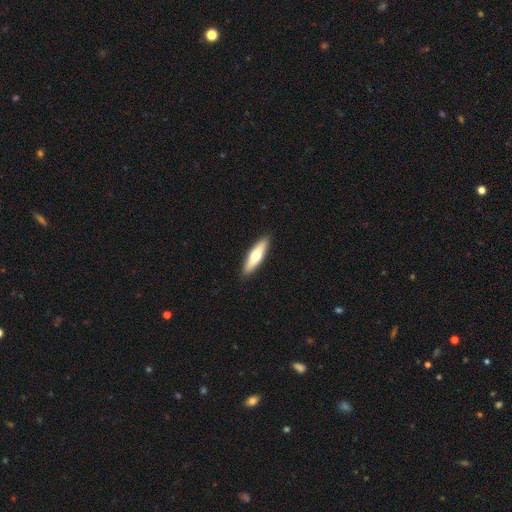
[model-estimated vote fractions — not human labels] Overall: smooth (56%; featured or disk 39%). How rounded: cigar-shaped (67%; in between 32%). Merging: none (91%).